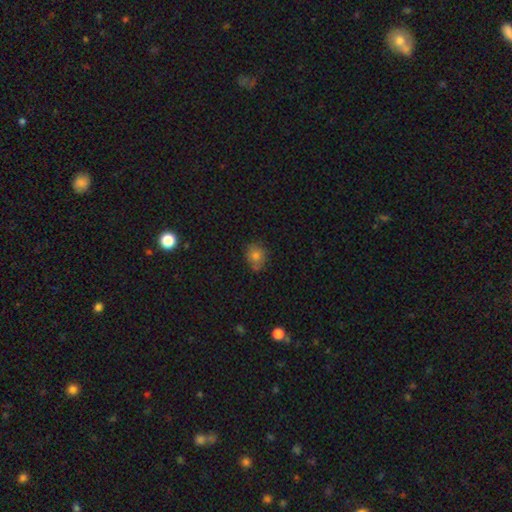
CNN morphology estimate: Smooth or featured?
  - smooth: 77% *
  - star or artifact: 13%
  - featured or disk: 10%
How rounded?
  - round: 68% *
  - in between: 31%
  - cigar-shaped: 1%
Merging?
  - none: 70% *
  - minor disturbance: 21%
  - major disturbance: 4%
  - merger: 4%